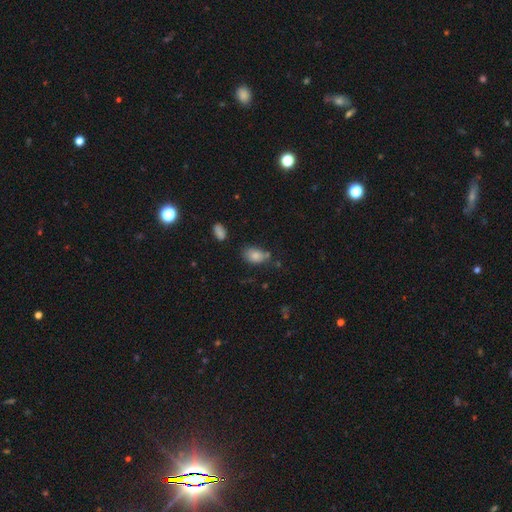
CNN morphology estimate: Smooth or featured? smooth (83%)
How rounded? in between (85%)
Merging? none (60%)